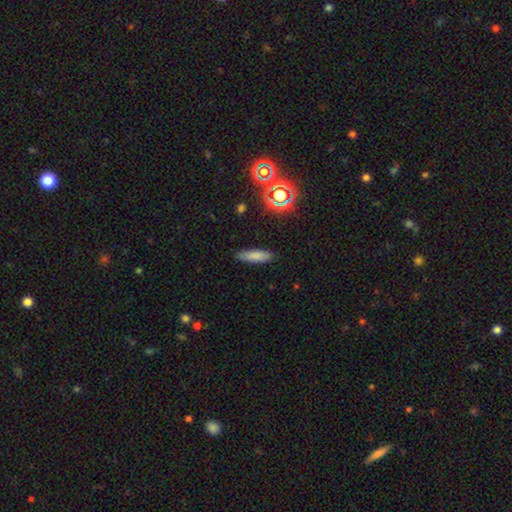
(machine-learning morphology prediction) The model was most divided on "how rounded": cigar-shaped: 60%, in between: 38%, round: 2%. More confident: merging — none (85%); smooth or featured — smooth (77%).